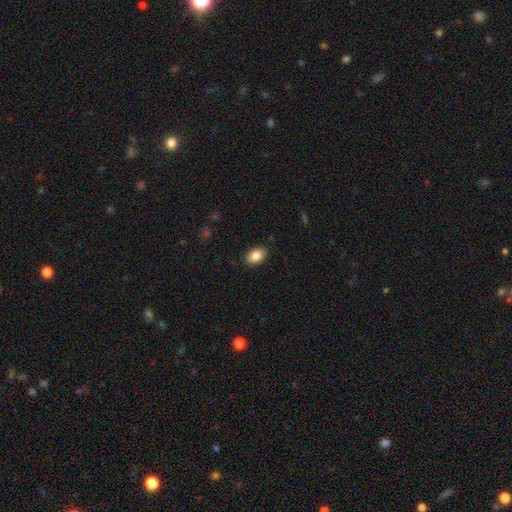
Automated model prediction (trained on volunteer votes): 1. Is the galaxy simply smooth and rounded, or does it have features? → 85% smooth, 8% star or artifact, 7% featured or disk.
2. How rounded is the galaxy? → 89% in between, 10% round, 1% cigar-shaped.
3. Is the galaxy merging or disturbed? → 88% none, 9% minor disturbance, 2% major disturbance, 1% merger.